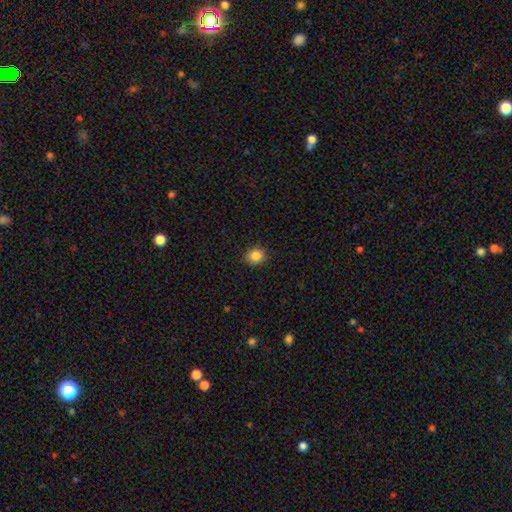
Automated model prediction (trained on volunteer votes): Q: Smooth or featured?
A: smooth (85%); runner-up: star or artifact (10%)
Q: How rounded?
A: round (76%); runner-up: in between (23%)
Q: Merging?
A: none (89%); runner-up: minor disturbance (8%)